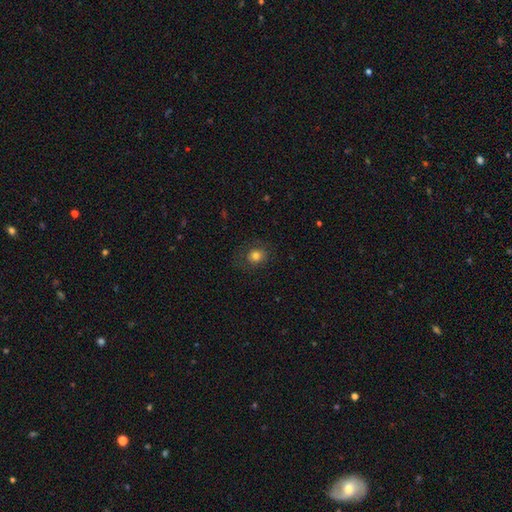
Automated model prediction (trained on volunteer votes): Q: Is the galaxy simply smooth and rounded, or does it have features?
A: smooth — 77%.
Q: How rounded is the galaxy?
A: round — 67%.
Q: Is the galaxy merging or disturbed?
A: none — 77%.